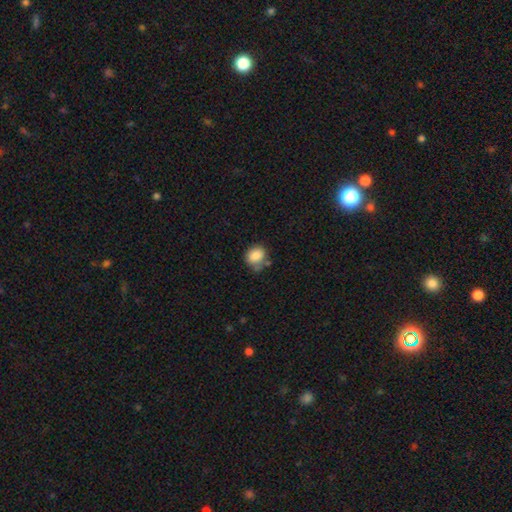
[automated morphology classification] A smooth galaxy with no disk features (84%) that is round (64%).

Vote fractions:
- Smooth or featured? smooth: 84% / star or artifact: 9% / featured or disk: 7%
- How rounded? round: 64% / in between: 35% / cigar-shaped: 1%
- Merging? none: 57% / minor disturbance: 26% / merger: 9% / major disturbance: 7%